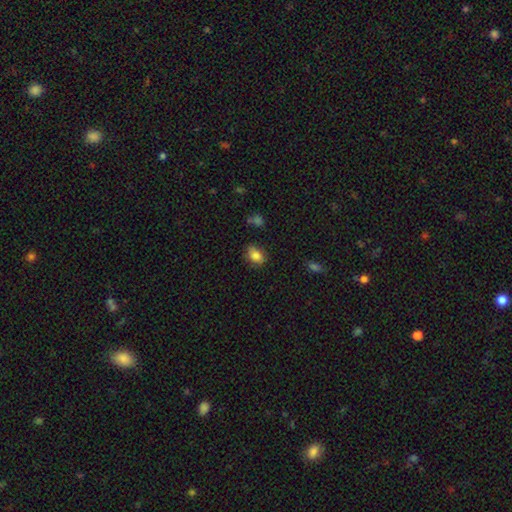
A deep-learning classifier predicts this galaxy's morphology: Smooth or featured?
  - smooth: 83% *
  - star or artifact: 9%
  - featured or disk: 8%
How rounded?
  - in between: 77% *
  - round: 21%
  - cigar-shaped: 2%
Merging?
  - none: 72% *
  - minor disturbance: 21%
  - major disturbance: 4%
  - merger: 3%